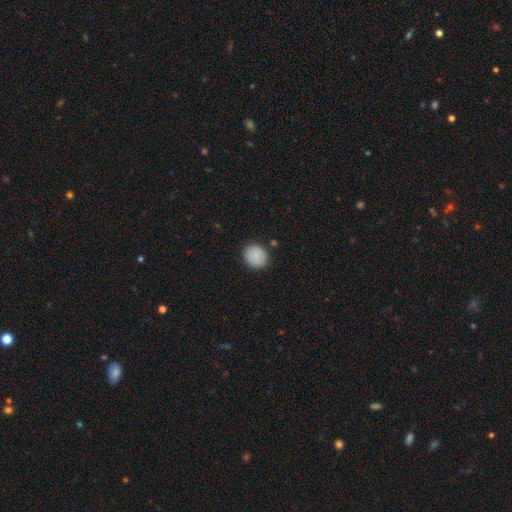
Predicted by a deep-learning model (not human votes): smooth_or_featured: smooth (p=0.75) [alt: featured or disk p=0.18]
how_rounded: round (p=0.85) [alt: in between p=0.14]
merging: none (p=0.86) [alt: minor disturbance p=0.09]